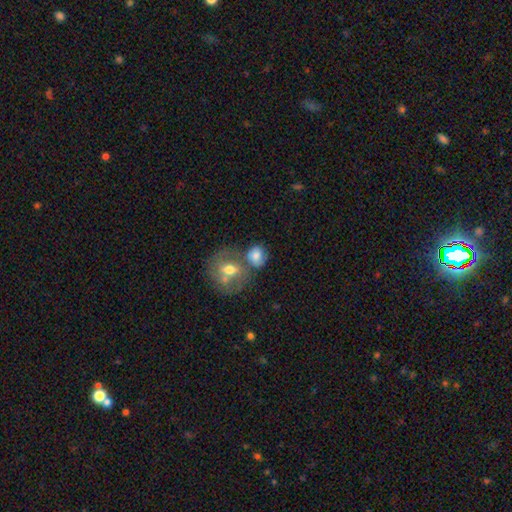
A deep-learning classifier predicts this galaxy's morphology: A smooth galaxy with no disk features (66%) that is round (62%).

Vote fractions:
- Smooth or featured? smooth: 66% / featured or disk: 25% / star or artifact: 8%
- How rounded? round: 62% / in between: 36% / cigar-shaped: 1%
- Merging? none: 39% / merger: 38% / minor disturbance: 15% / major disturbance: 8%